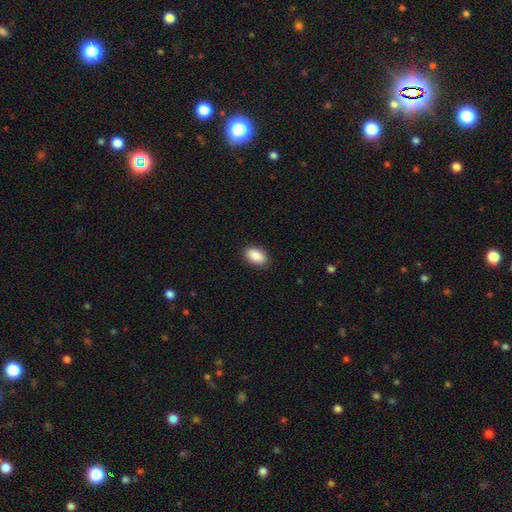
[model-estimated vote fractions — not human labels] Morphology: type=smooth (90%); roundness=in between (92%); merging=none (86%).